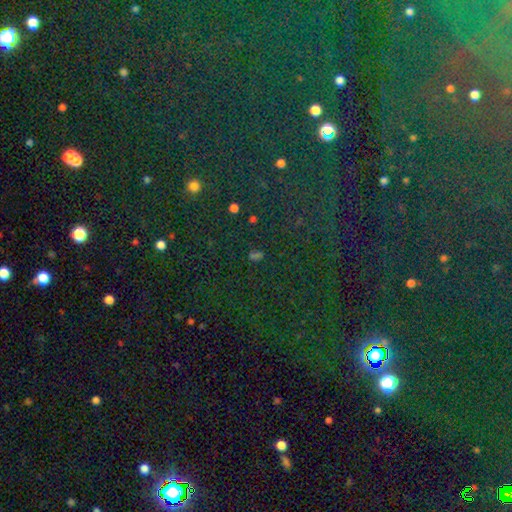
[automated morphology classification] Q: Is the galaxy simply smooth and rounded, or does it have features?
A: star or artifact — 59%.